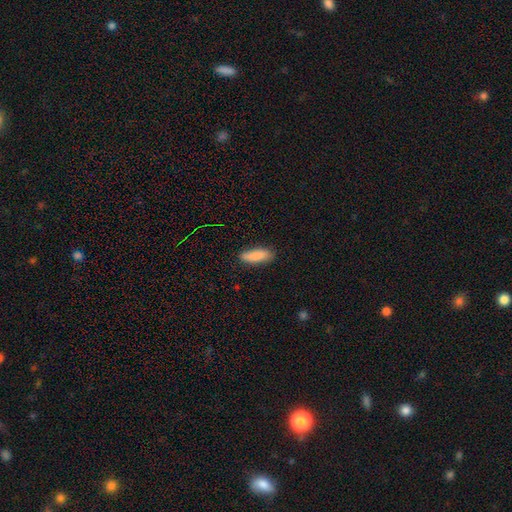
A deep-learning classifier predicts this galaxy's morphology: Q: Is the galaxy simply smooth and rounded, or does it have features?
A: smooth — 87%.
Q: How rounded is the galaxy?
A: in between — 56%.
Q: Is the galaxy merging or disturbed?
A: none — 85%.